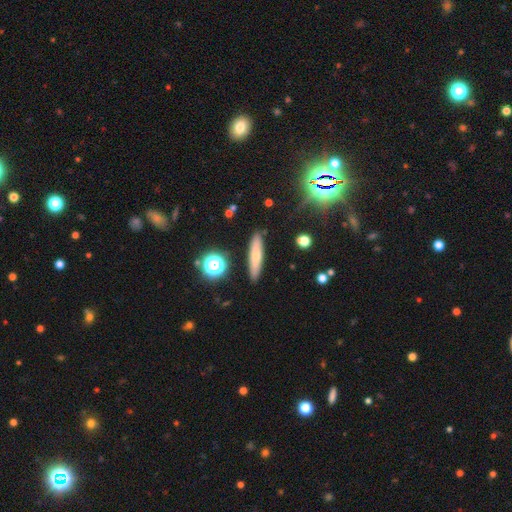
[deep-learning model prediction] Q: Smooth or featured?
A: smooth (64%); runner-up: featured or disk (27%)
Q: How rounded?
A: cigar-shaped (82%); runner-up: in between (15%)
Q: Merging?
A: none (87%); runner-up: minor disturbance (9%)